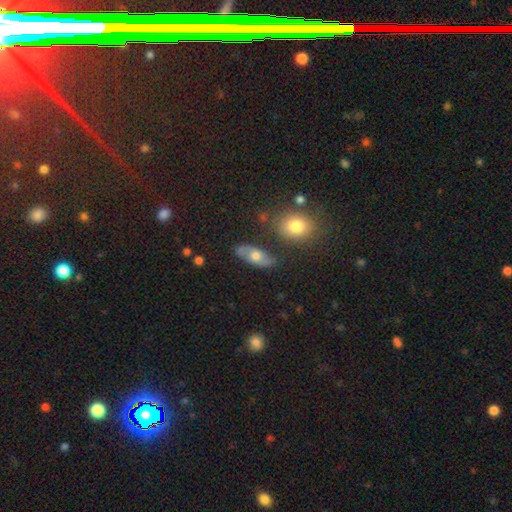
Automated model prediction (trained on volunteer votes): Smooth or featured?
  - smooth: 51% *
  - featured or disk: 40%
  - star or artifact: 9%
How rounded?
  - in between: 78% *
  - cigar-shaped: 13%
  - round: 9%
Merging?
  - none: 74% *
  - minor disturbance: 16%
  - merger: 6%
  - major disturbance: 5%